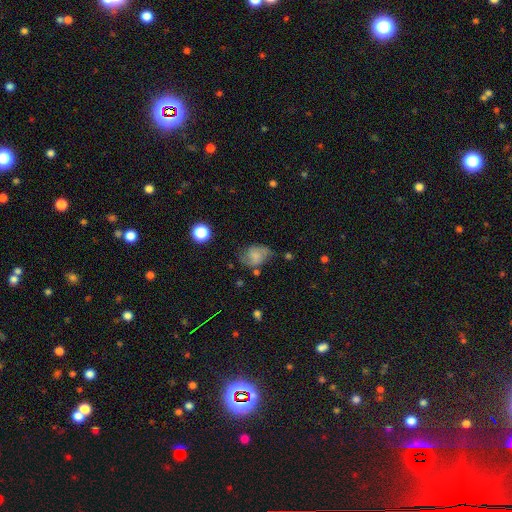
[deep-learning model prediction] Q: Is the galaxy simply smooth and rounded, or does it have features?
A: featured or disk — 45%.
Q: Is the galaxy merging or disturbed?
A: none — 53%.